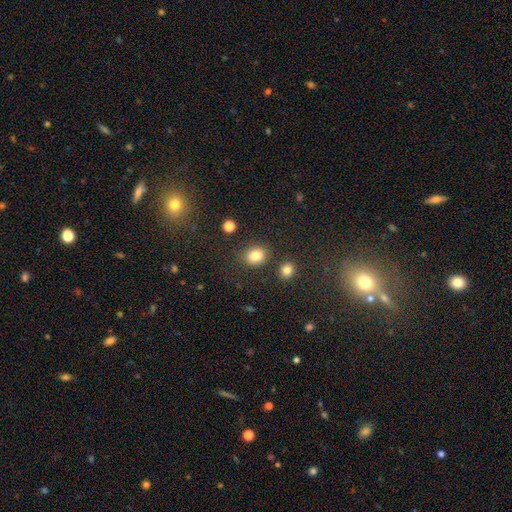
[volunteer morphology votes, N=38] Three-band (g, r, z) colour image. It shows a smooth galaxy with no disk features (89%) that is in between round and cigar-shaped (68%). Merging: none (84%).